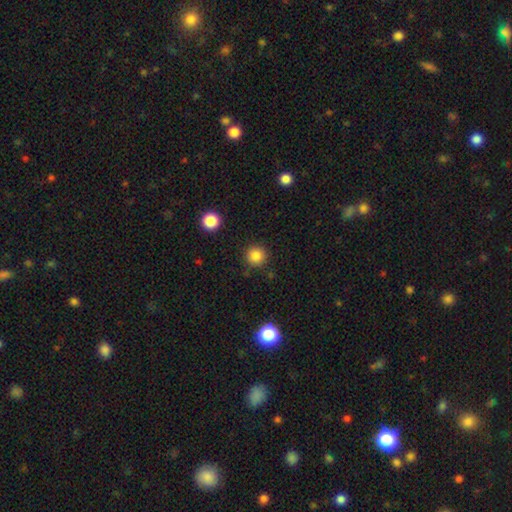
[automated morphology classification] A smooth galaxy with no disk features (84%) that is round (95%).

Vote fractions:
- Smooth or featured? smooth: 84% / star or artifact: 12% / featured or disk: 4%
- How rounded? round: 95% / in between: 4% / cigar-shaped: 1%
- Merging? none: 89% / minor disturbance: 6% / major disturbance: 2% / merger: 2%